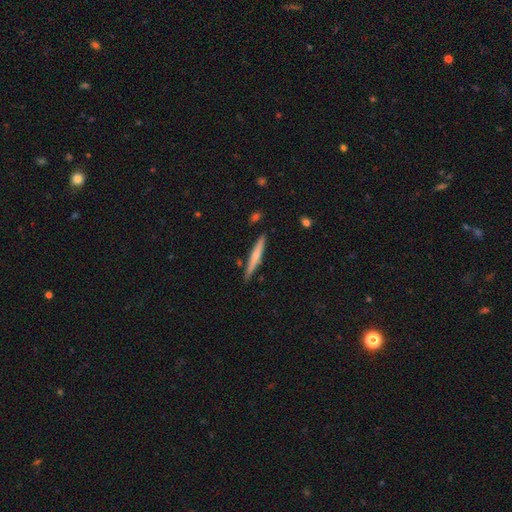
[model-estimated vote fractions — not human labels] smooth-or-featured: smooth: 51% | featured or disk: 43% | star or artifact: 6%
  how-rounded: cigar-shaped: 95% | in between: 3% | round: 1%
  merging: none: 87% | minor disturbance: 9% | merger: 2% | major disturbance: 2%